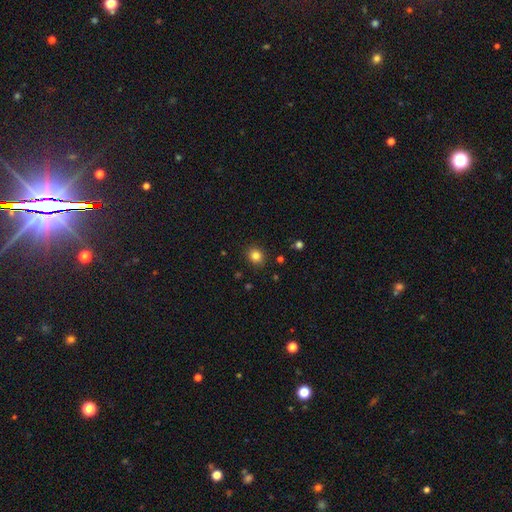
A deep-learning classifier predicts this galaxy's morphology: This is clearly a smooth galaxy (83%). How rounded: likely round (78%). Merging: clearly none (89%).